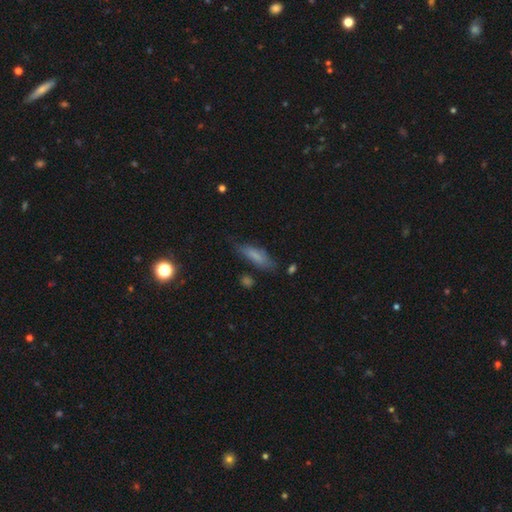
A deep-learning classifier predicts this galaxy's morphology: Smooth or featured? Predicted: smooth (p=0.68). How rounded? Predicted: cigar-shaped (p=0.56). Merging? Predicted: none (p=0.63).